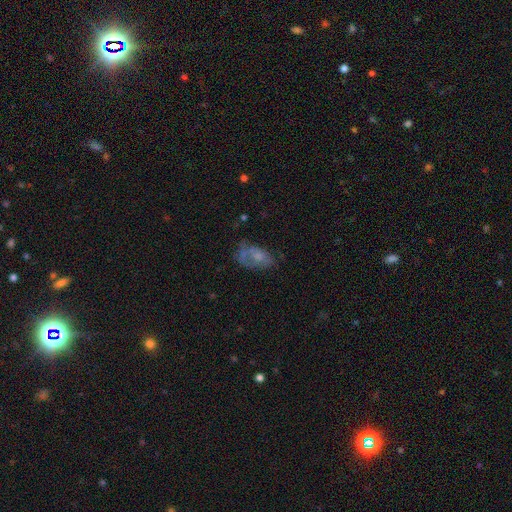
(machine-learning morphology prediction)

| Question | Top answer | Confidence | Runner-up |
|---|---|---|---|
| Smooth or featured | smooth | 45% | featured or disk (43%) |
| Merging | none | 38% | major disturbance (28%) |